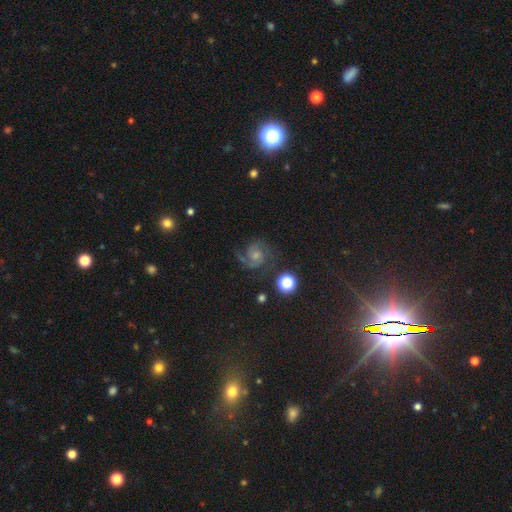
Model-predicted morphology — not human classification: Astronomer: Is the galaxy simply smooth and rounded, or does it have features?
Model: featured or disk — 76%.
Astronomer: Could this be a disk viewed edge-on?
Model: no — 98%.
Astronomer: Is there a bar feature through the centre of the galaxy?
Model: no — 68%.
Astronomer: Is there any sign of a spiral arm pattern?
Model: yes — 96%.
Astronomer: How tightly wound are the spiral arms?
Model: medium — 49% (runner-up: tight, 36%).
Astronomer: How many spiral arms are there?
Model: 2 — 70%.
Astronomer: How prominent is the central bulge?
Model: moderate — 41% (runner-up: small, 40%).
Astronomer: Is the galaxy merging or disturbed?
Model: none — 67%.